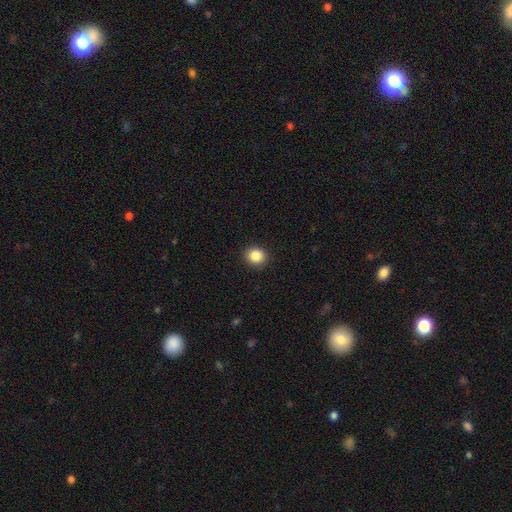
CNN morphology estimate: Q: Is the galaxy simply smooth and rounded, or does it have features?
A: smooth — 86%.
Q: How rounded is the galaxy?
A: round — 83%.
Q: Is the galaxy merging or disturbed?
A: none — 92%.